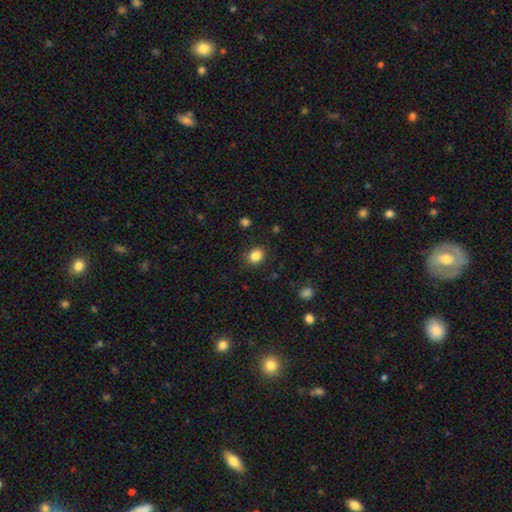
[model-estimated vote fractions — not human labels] Smooth or featured: smooth — 86% (star or artifact — 10%)
How rounded: round — 57% (in between — 42%)
Merging: none — 87% (minor disturbance — 9%)